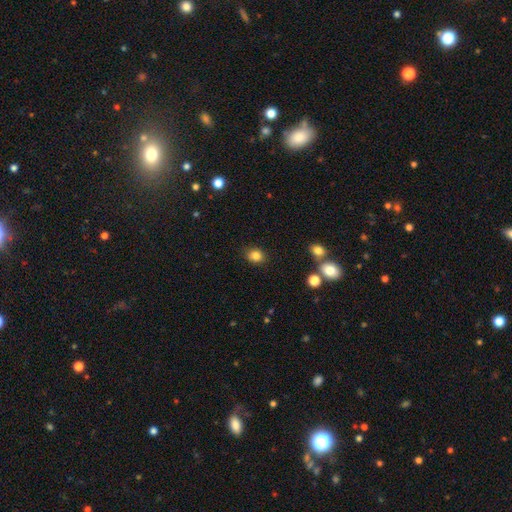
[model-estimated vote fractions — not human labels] Smooth or featured? smooth (83%)
How rounded? round (59%)
Merging? none (85%)